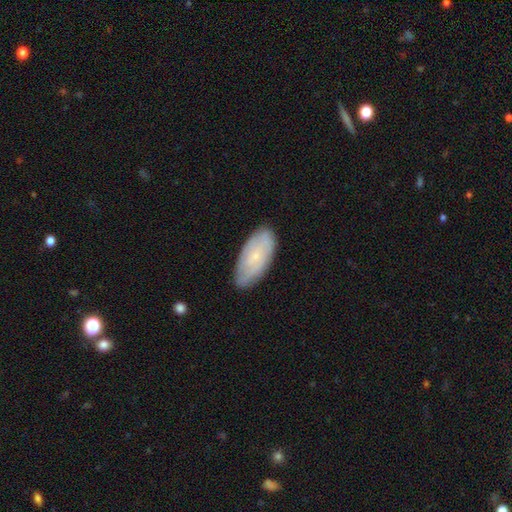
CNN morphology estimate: smooth-or-featured: smooth: 51% | featured or disk: 43% | star or artifact: 7%
  how-rounded: in between: 90% | cigar-shaped: 8% | round: 2%
  merging: none: 79% | minor disturbance: 17% | major disturbance: 3% | merger: 1%